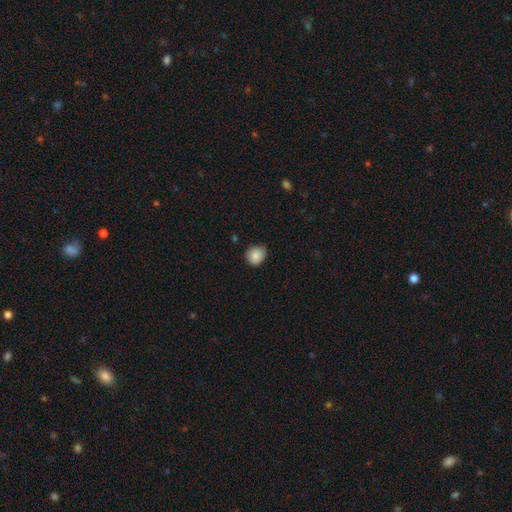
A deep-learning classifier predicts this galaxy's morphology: Smooth or featured: smooth — 87% (star or artifact — 9%)
How rounded: round — 82% (in between — 17%)
Merging: none — 78% (minor disturbance — 19%)